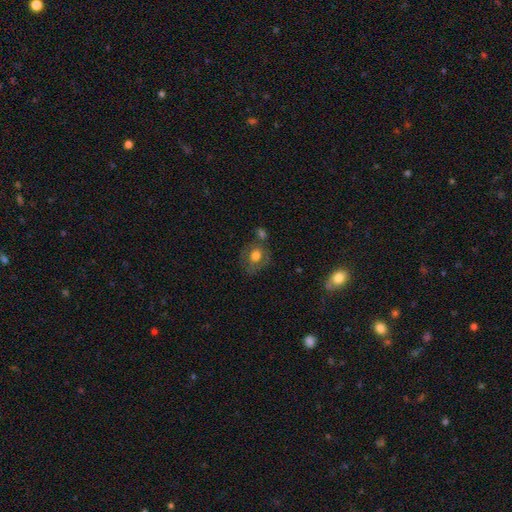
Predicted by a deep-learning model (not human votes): smooth-or-featured: smooth: 61% | featured or disk: 29% | star or artifact: 10%
  how-rounded: round: 60% | in between: 39% | cigar-shaped: 1%
  merging: none: 58% | minor disturbance: 19% | merger: 15% | major disturbance: 8%